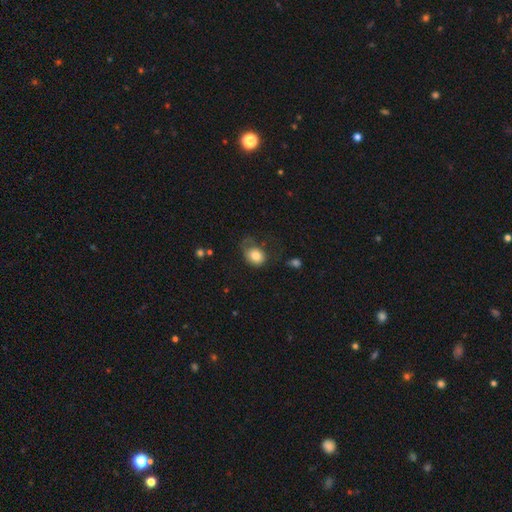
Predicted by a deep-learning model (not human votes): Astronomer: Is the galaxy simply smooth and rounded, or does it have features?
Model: smooth — 80%.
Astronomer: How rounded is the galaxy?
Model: round — 54% (runner-up: in between, 45%).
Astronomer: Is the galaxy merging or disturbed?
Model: none — 37% (runner-up: major disturbance, 31%).